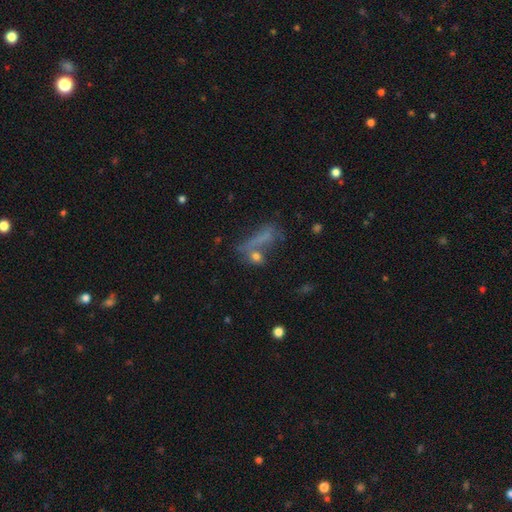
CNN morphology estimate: The model was most divided on "how rounded": cigar-shaped: 43%, in between: 40%, round: 17%. Remaining: smooth or featured — smooth (53%); merging — none (44%).